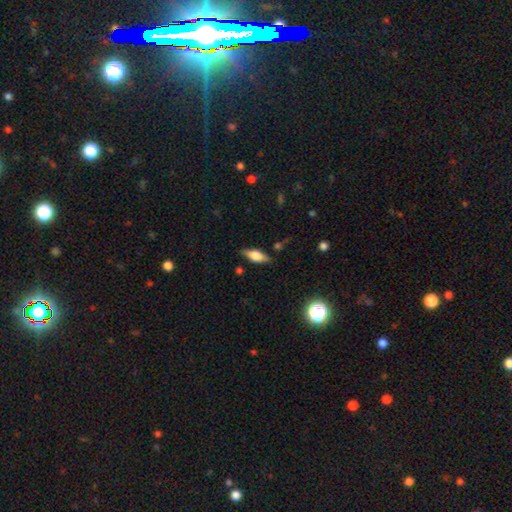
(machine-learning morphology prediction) Overall: smooth (63%; featured or disk 29%). How rounded: in between (72%). Merging: none (83%).